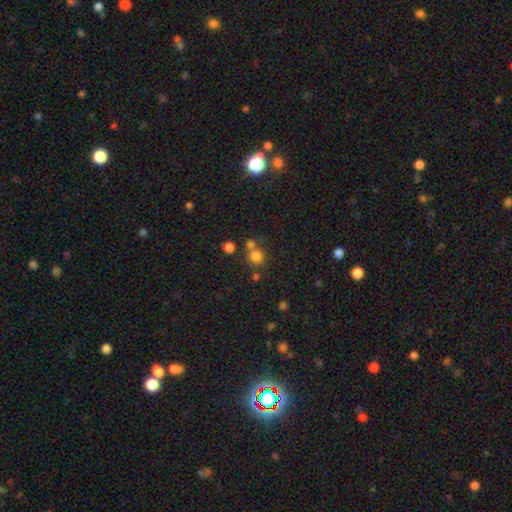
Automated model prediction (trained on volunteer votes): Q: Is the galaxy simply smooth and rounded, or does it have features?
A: smooth — 78%.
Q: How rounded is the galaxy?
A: round — 89%.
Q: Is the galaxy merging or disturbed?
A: none — 61%.